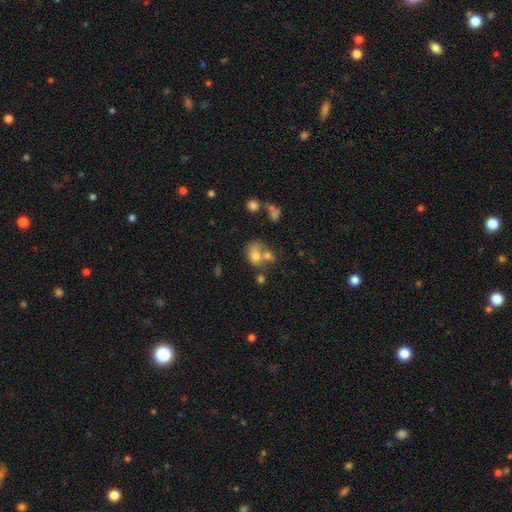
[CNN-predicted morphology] smooth 69%, featured or disk 18%, star or artifact 13%. Down the decision tree: how rounded — in between (60%); merging — merger (53%).